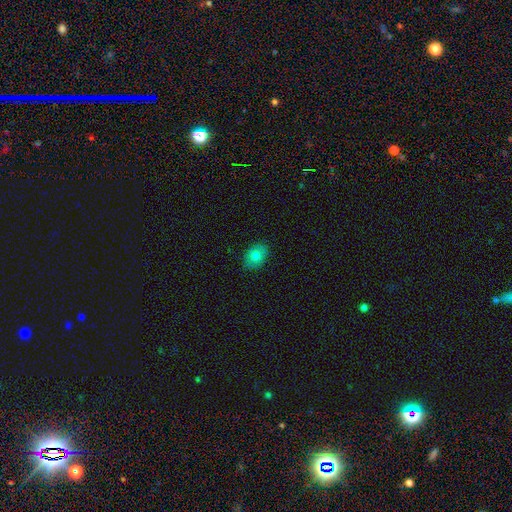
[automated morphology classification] A smooth galaxy with no disk features (78%) that is in between round and cigar-shaped (75%).

Vote fractions:
- Smooth or featured? smooth: 78% / featured or disk: 13% / star or artifact: 9%
- How rounded? in between: 75% / round: 24% / cigar-shaped: 1%
- Merging? none: 85% / minor disturbance: 12% / major disturbance: 2% / merger: 1%